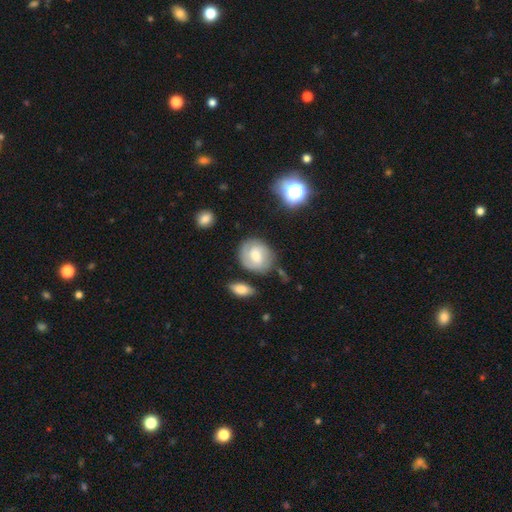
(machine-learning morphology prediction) The model was most divided on "smooth or featured": featured or disk: 50%, smooth: 42%, star or artifact: 8%. More confident: edge-on disk — no (96%); merging — none (71%).